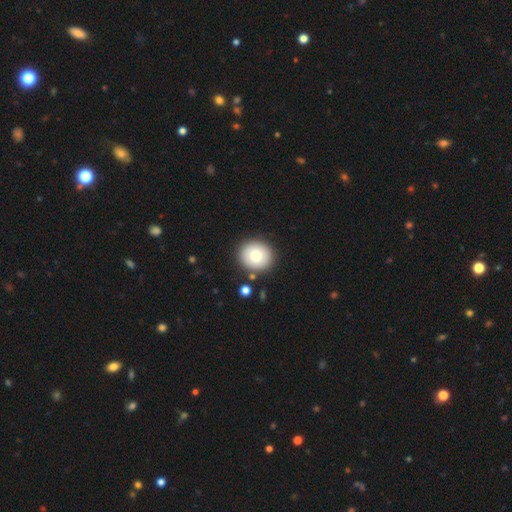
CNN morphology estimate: type=smooth (76%); roundness=round (87%); merging=none (88%).